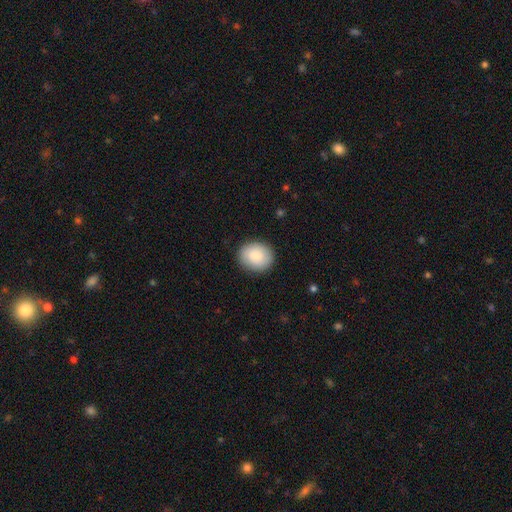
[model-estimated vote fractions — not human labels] Smooth or featured? Predicted: smooth (p=0.84). How rounded? Predicted: round (p=0.70). Merging? Predicted: none (p=0.89).